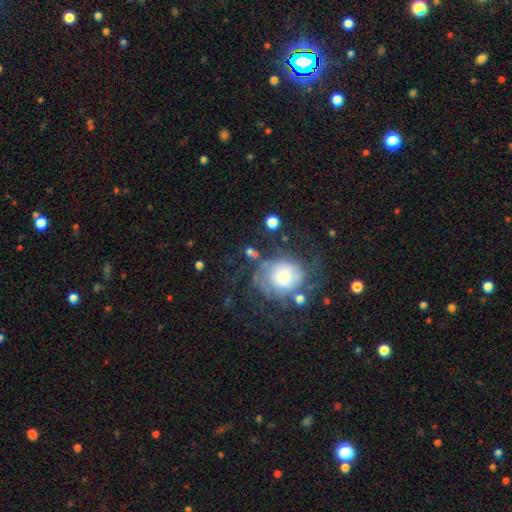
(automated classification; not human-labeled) A featured or disk galaxy (61%) with no bar (81%), spiral arms (76%) and a moderate central bulge (46%).

Vote fractions:
- Smooth or featured? featured or disk: 61% / smooth: 28% / star or artifact: 11%
- Edge-on disk? no: 97% / yes: 3%
- Bar? no: 81% / weak: 15% / strong: 4%
- Spiral arms? yes: 76% / no: 24%
- Bulge size? moderate: 46% / small: 31% / large: 17% / dominant: 4% / none: 3%
- Merging? none: 55% / major disturbance: 21% / minor disturbance: 19% / merger: 5%